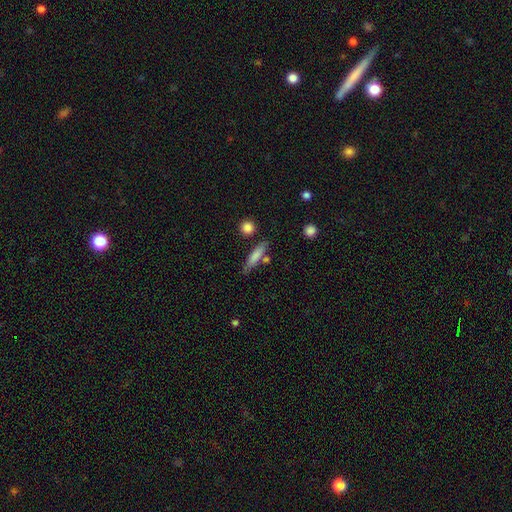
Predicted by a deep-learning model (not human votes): Morphology: type=smooth (75%); roundness=cigar-shaped (79%); merging=none (75%).